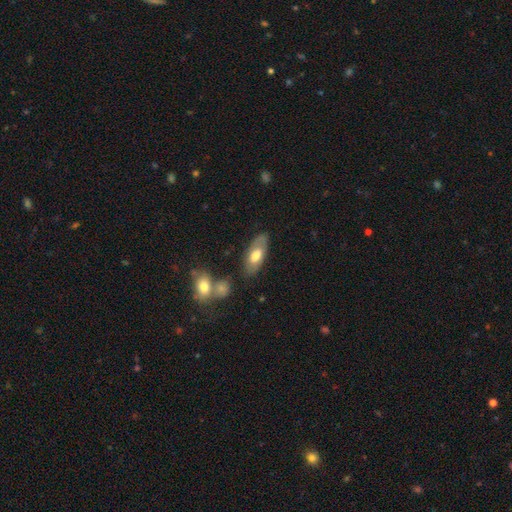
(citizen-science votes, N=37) This appears to be a smooth galaxy with no disk features (59%) that is in between round and cigar-shaped (86%). Merging: none (89%).